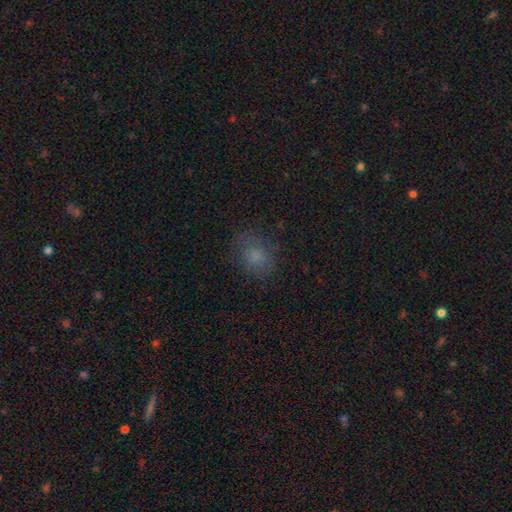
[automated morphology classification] Smooth or featured? Predicted: smooth (p=0.74). How rounded? Predicted: round (p=0.50). Merging? Predicted: none (p=0.72).